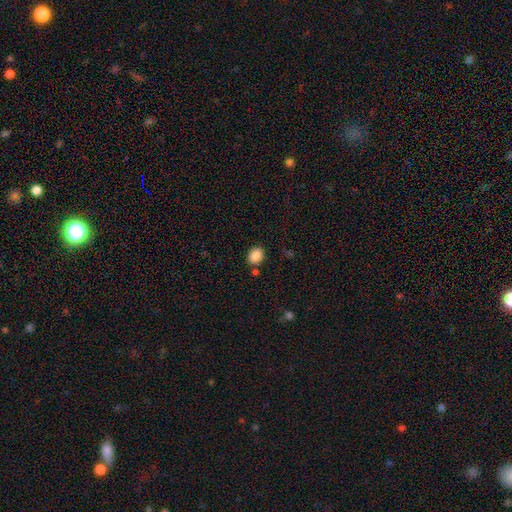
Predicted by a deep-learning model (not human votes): This is clearly a smooth galaxy (87%). How rounded: possibly in between (55%). Merging: clearly none (81%).